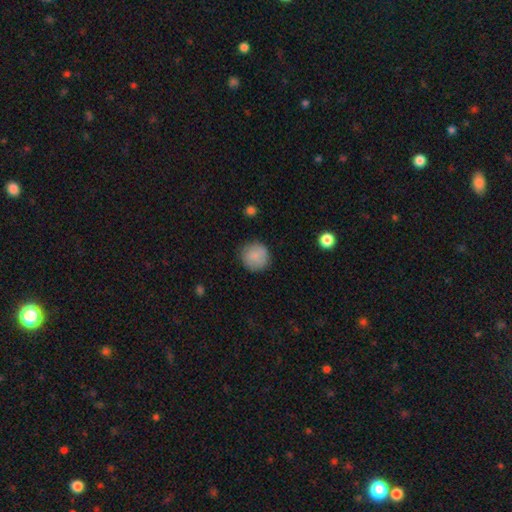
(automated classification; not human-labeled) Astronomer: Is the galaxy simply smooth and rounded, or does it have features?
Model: smooth — 85%.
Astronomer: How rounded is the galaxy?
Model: round — 94%.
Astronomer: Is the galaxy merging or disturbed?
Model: none — 86%.